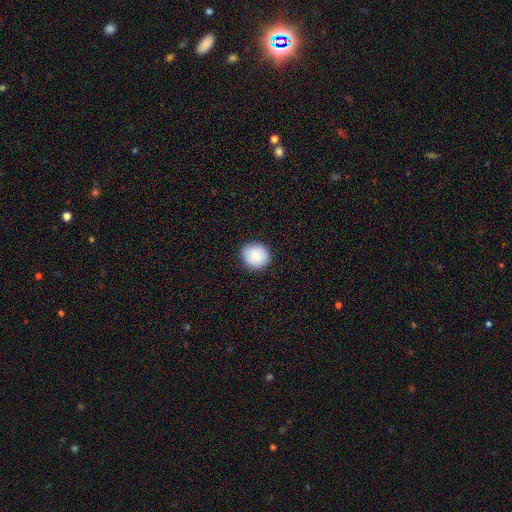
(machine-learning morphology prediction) smooth 85%, star or artifact 8%, featured or disk 7%. Down the decision tree: how rounded — round (88%); merging — none (89%).